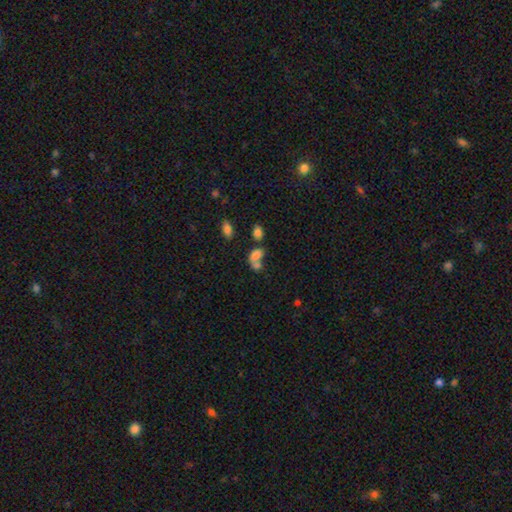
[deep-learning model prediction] This is likely a smooth galaxy (74%). How rounded: likely in between (75%). Merging: likely merger (62%).